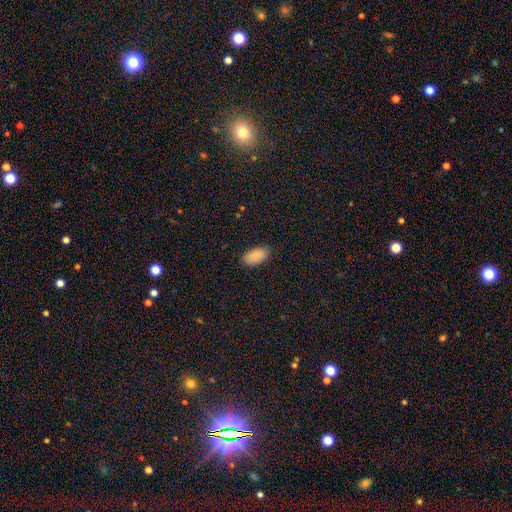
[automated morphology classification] Smooth or featured? Predicted: smooth (p=0.88). How rounded? Predicted: in between (p=0.94). Merging? Predicted: none (p=0.88).